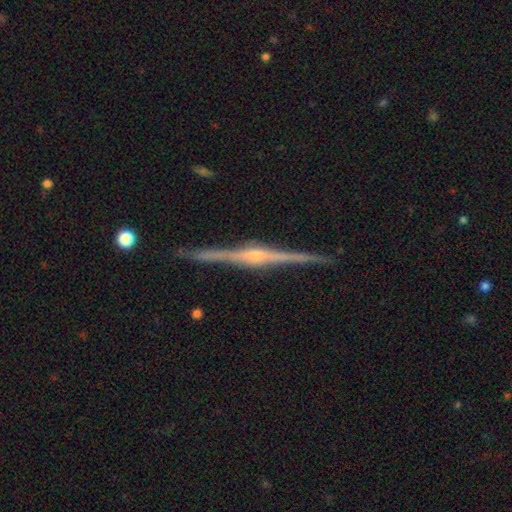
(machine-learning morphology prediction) A featured or disk galaxy (90%) viewed edge-on (99%) with a rounded central bulge (79%).

Vote fractions:
- Smooth or featured? featured or disk: 90% / smooth: 5% / star or artifact: 4%
- Edge-on disk? yes: 99% / no: 1%
- Edge-on bulge? rounded: 79% / boxy: 13% / none: 8%
- Merging? none: 91% / minor disturbance: 6% / major disturbance: 1% / merger: 1%